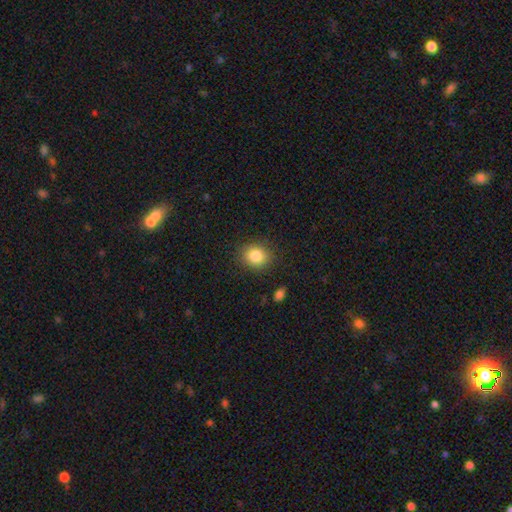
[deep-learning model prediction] A smooth galaxy with no disk features (85%) that is round (68%).

Vote fractions:
- Smooth or featured? smooth: 85% / star or artifact: 9% / featured or disk: 6%
- How rounded? round: 68% / in between: 31% / cigar-shaped: 1%
- Merging? none: 87% / minor disturbance: 9% / major disturbance: 3% / merger: 1%